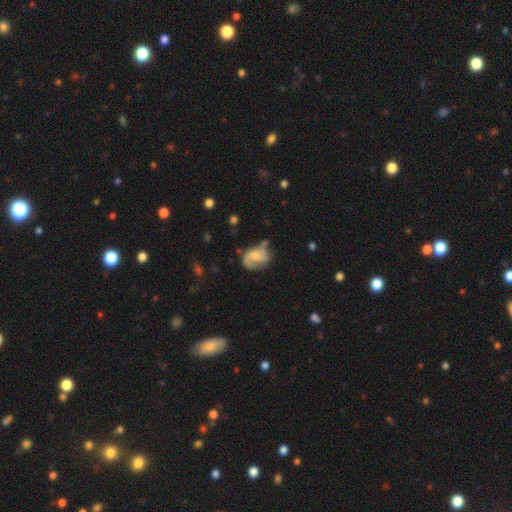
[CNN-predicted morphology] type=featured or disk (54%); edge-on=no (97%); bar=no (62%); spiral arms=yes (79%); bulge=moderate (36%); merging=none (44%).